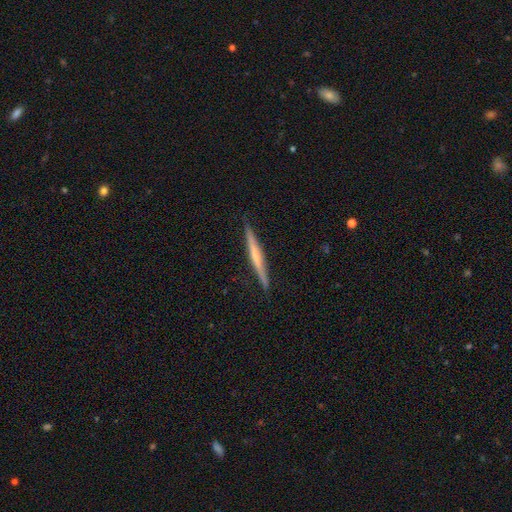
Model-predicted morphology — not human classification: Smooth or featured? Predicted: featured or disk (p=0.58). Edge-on disk? Predicted: yes (p=0.97). Edge-on bulge? Predicted: none (p=0.57). Merging? Predicted: none (p=0.90).